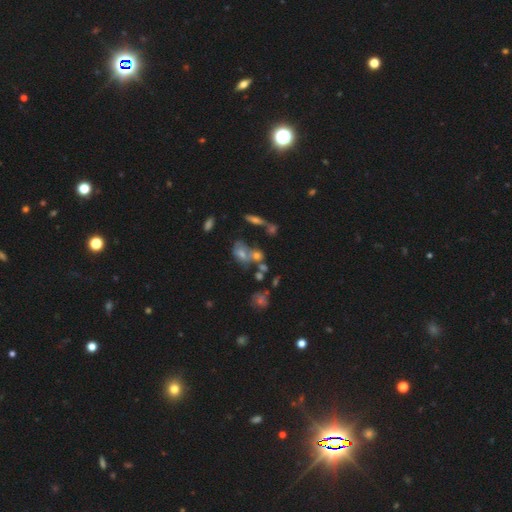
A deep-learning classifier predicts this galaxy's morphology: This appears to be a smooth galaxy with no disk features (42%). Merging: merger (43%).